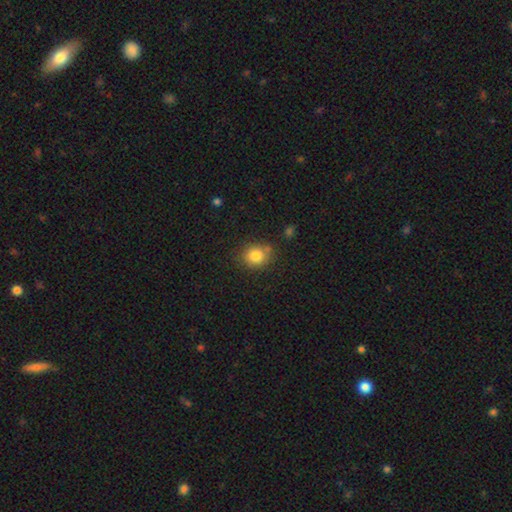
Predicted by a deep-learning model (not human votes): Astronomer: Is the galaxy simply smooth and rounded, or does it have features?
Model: smooth — 84%.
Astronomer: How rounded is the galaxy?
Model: round — 69%.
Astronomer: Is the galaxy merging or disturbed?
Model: none — 75%.